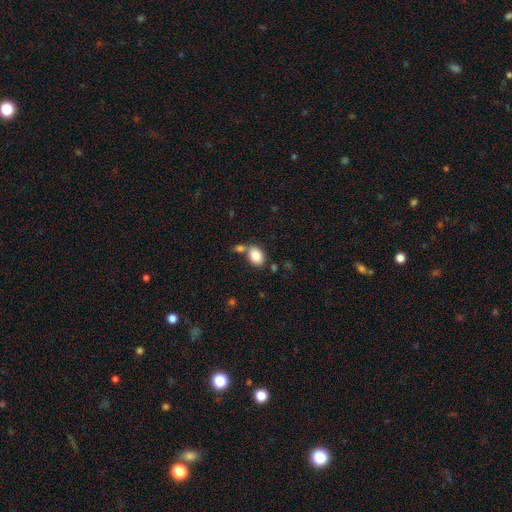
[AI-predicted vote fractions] Smooth or featured?
  - smooth: 83% *
  - featured or disk: 9%
  - star or artifact: 8%
How rounded?
  - in between: 76% *
  - round: 23%
  - cigar-shaped: 1%
Merging?
  - none: 56% *
  - merger: 28%
  - minor disturbance: 13%
  - major disturbance: 4%